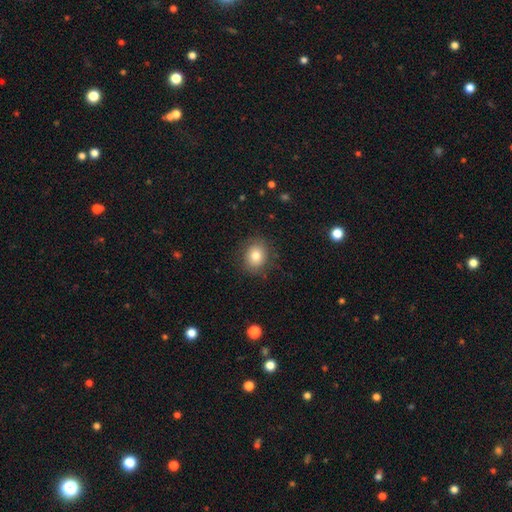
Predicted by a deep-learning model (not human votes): smooth 79%, featured or disk 10%, star or artifact 10%. Down the decision tree: how rounded — round (68%); merging — none (84%).